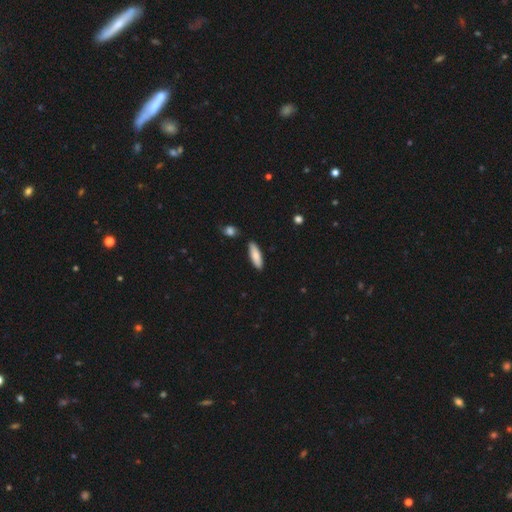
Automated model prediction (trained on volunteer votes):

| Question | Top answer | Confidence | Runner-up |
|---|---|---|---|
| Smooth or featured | smooth | 83% | featured or disk (11%) |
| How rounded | cigar-shaped | 52% | in between (47%) |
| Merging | none | 86% | minor disturbance (10%) |